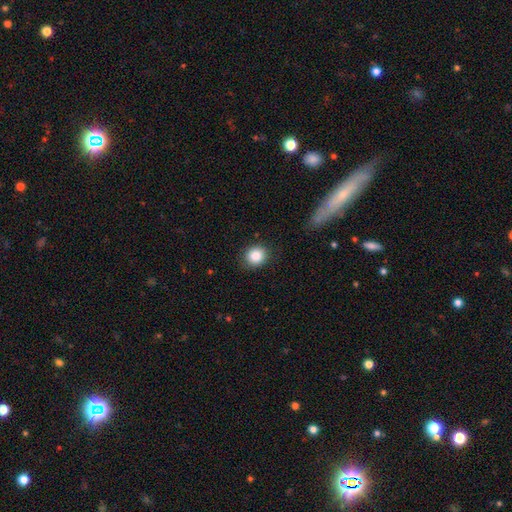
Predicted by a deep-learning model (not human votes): Morphology: type=smooth (85%); roundness=round (81%); merging=none (86%).